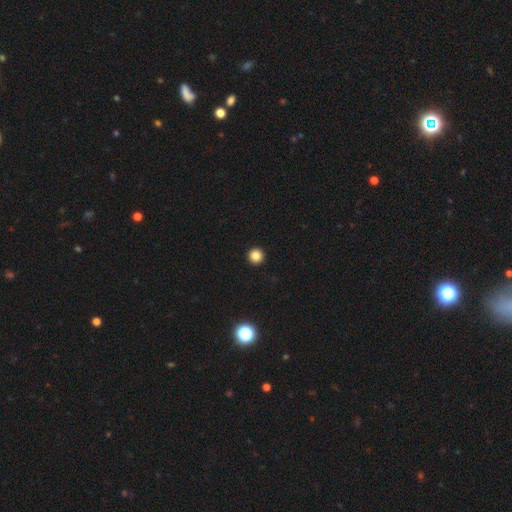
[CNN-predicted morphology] smooth-or-featured: smooth: 84% | star or artifact: 12% | featured or disk: 5%
  how-rounded: round: 97% | in between: 3% | cigar-shaped: 1%
  merging: none: 95% | minor disturbance: 3% | major disturbance: 1% | merger: 1%